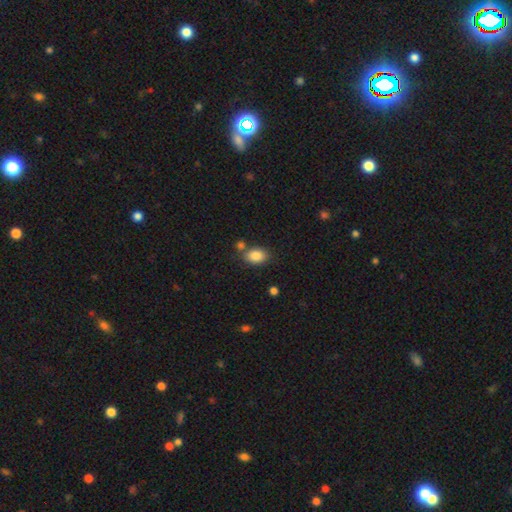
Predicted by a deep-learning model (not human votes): Smooth or featured? Predicted: smooth (p=0.86). How rounded? Predicted: in between (p=0.78). Merging? Predicted: none (p=0.70).